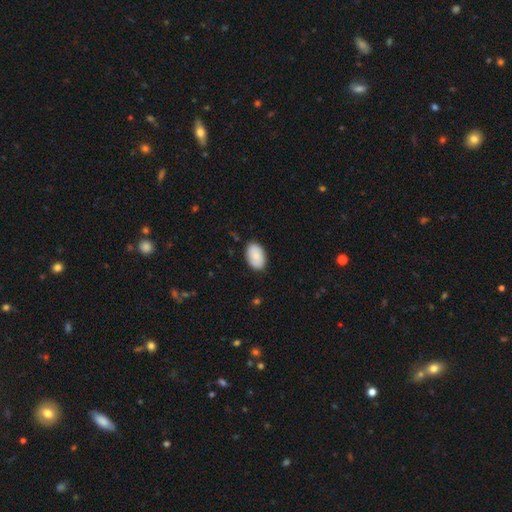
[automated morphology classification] The model was most divided on "merging": none: 86%, minor disturbance: 11%, major disturbance: 2%, merger: 1%. More confident: how rounded — in between (92%); smooth or featured — smooth (85%).